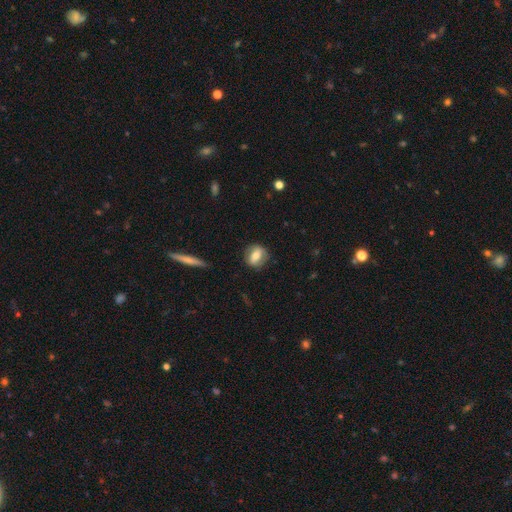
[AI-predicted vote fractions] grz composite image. It shows a smooth galaxy with no disk features (61%) that is round (58%). Merging: none (80%).